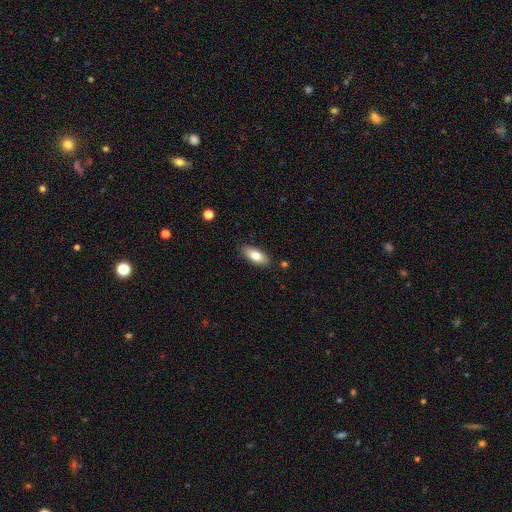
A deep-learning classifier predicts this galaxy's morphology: This appears to be a smooth galaxy with no disk features (77%) that is in between round and cigar-shaped (84%). Merging: none (87%).